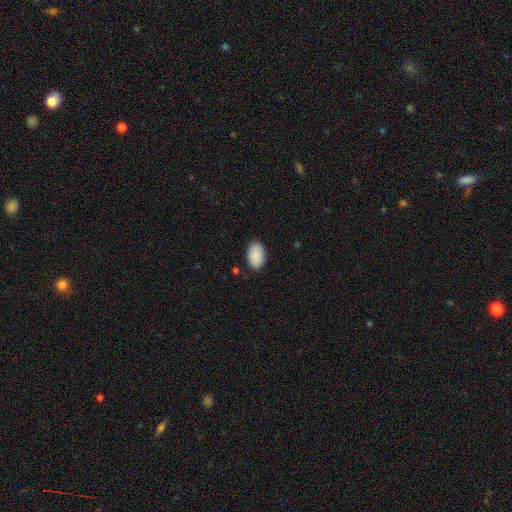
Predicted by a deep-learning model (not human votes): This is clearly a smooth galaxy (91%). How rounded: clearly in between (93%). Merging: clearly none (86%).